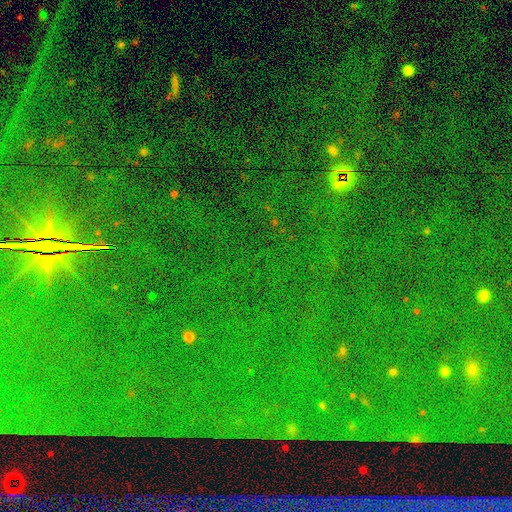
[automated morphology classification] This appears to be a star or artifact, not a galaxy (86%).